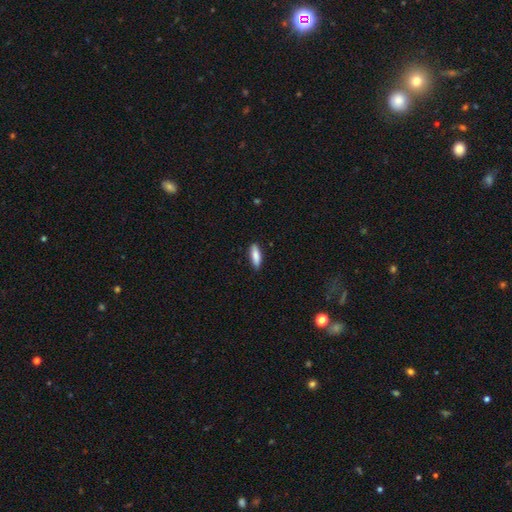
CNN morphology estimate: A smooth galaxy with no disk features (86%) that is in between round and cigar-shaped (50%). Merging: none (88%).